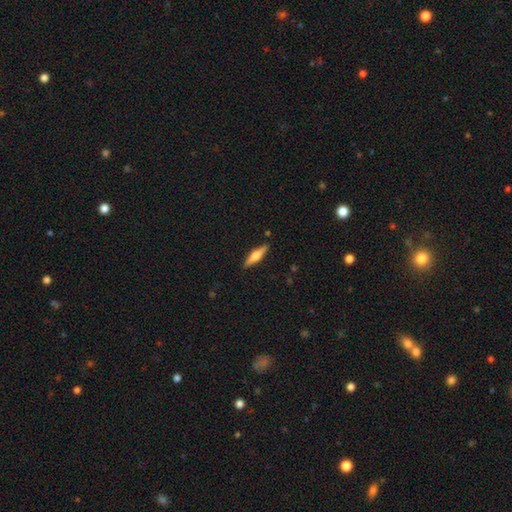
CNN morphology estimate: This appears to be a featured or disk galaxy (53%) viewed edge-on (96%) with a rounded central bulge (87%). Merging: none (88%).